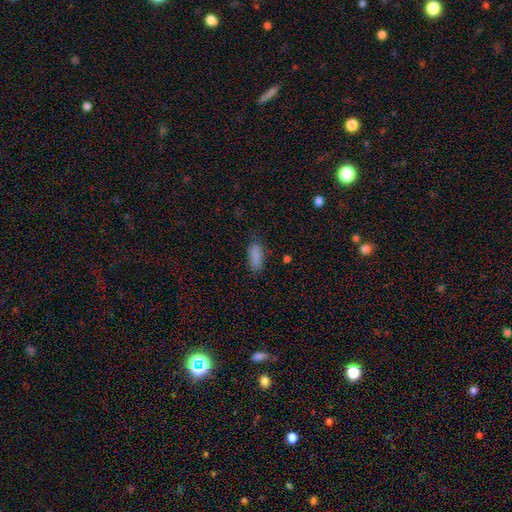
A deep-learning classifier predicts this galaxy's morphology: This is clearly a smooth galaxy (87%). How rounded: clearly in between (83%). Merging: likely none (77%).